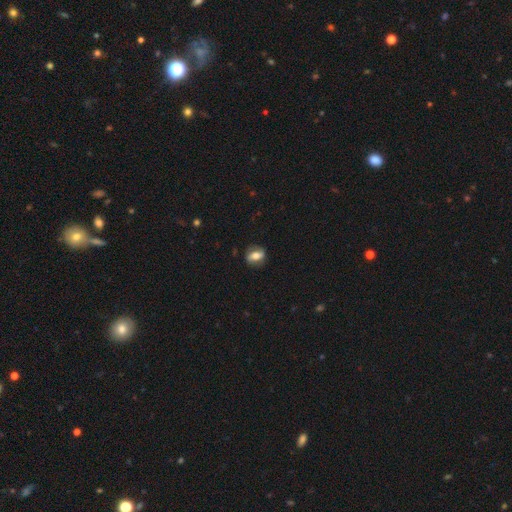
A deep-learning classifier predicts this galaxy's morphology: A smooth galaxy with no disk features (47%).

Vote fractions:
- Smooth or featured? smooth: 47% / featured or disk: 45% / star or artifact: 8%
- Merging? none: 78% / minor disturbance: 15% / major disturbance: 5% / merger: 1%